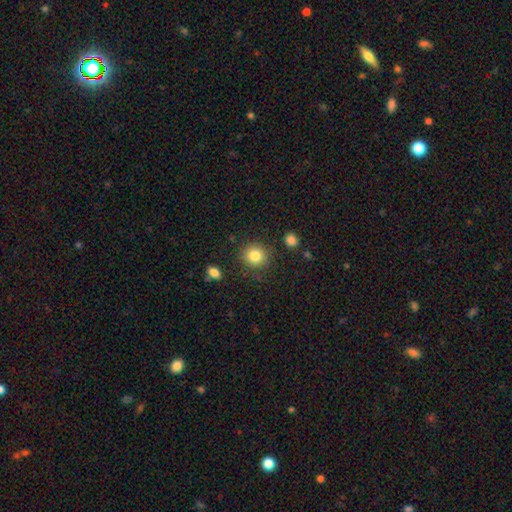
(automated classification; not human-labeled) Overall: smooth (84%). How rounded: round (87%). Merging: none (86%).